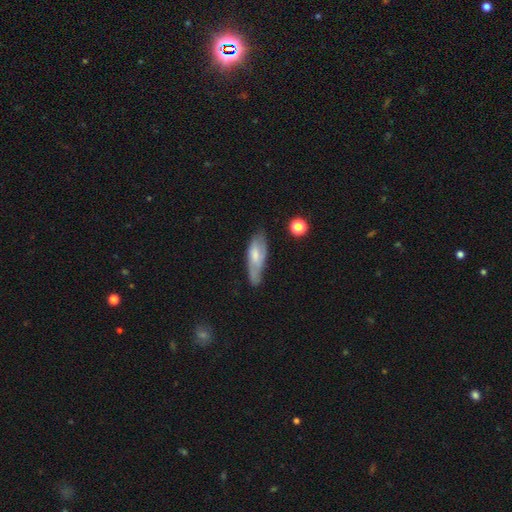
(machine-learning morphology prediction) Smooth or featured: smooth — 53% (featured or disk — 40%)
How rounded: in between — 57% (cigar-shaped — 41%)
Merging: none — 52% (minor disturbance — 32%)